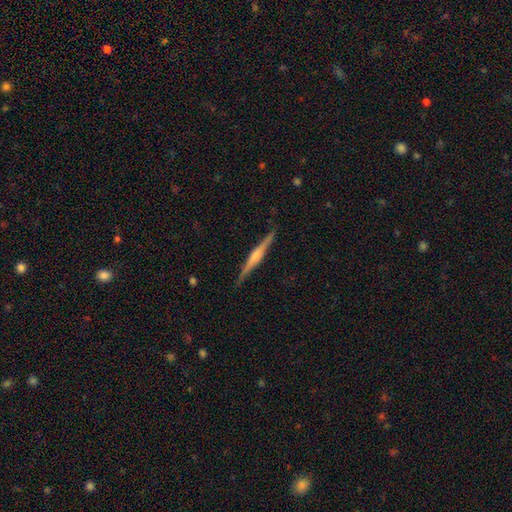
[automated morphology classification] type=featured or disk (75%); edge-on=yes (98%); edge-on bulge=rounded (71%); merging=none (89%).